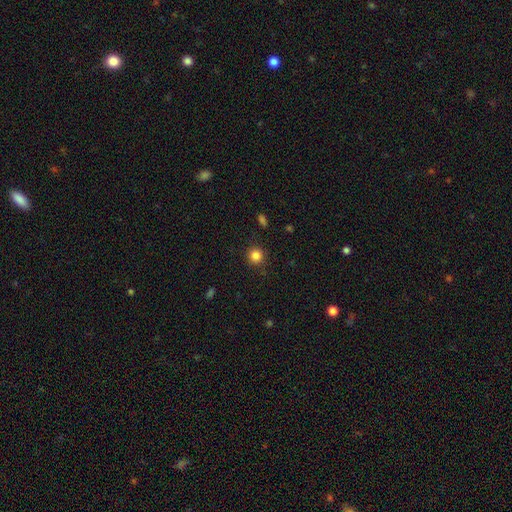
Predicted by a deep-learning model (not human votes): Morphology: type=smooth (84%); roundness=round (94%); merging=none (90%).